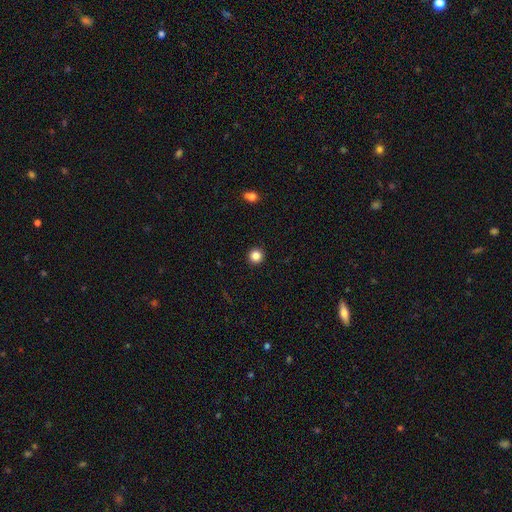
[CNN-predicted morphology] The model was most divided on "smooth or featured": smooth: 85%, star or artifact: 11%, featured or disk: 4%. More confident: how rounded — round (96%); merging — none (94%).